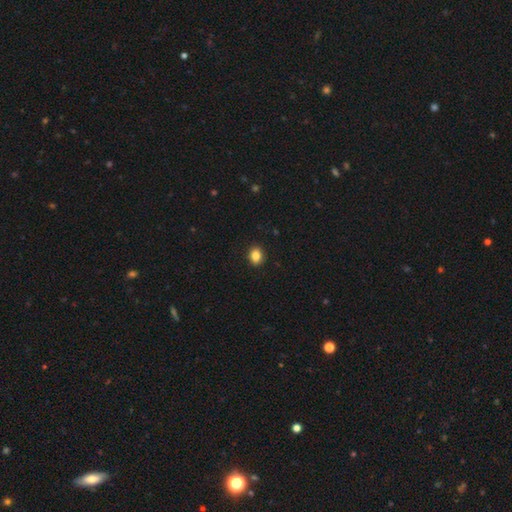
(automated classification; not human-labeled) Smooth or featured: smooth — 84% (star or artifact — 10%)
How rounded: in between — 54% (round — 44%)
Merging: none — 91% (minor disturbance — 7%)